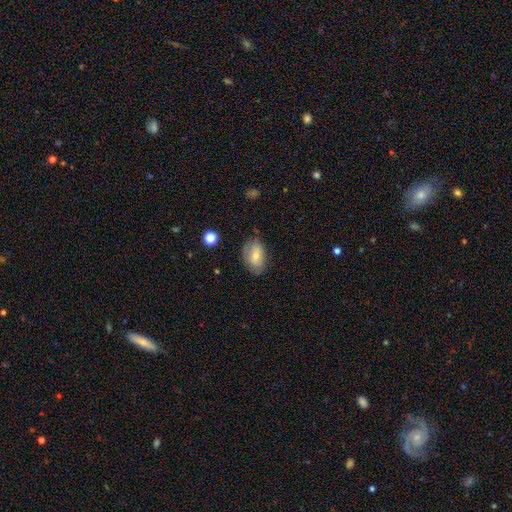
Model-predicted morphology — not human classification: The model was most divided on "smooth or featured": smooth: 66%, featured or disk: 26%, star or artifact: 8%. More confident: how rounded — in between (89%); merging — none (69%).